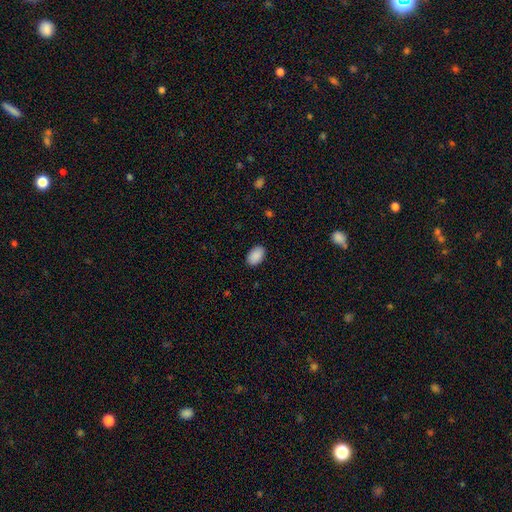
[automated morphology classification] type=smooth (91%); roundness=in between (91%); merging=none (89%).